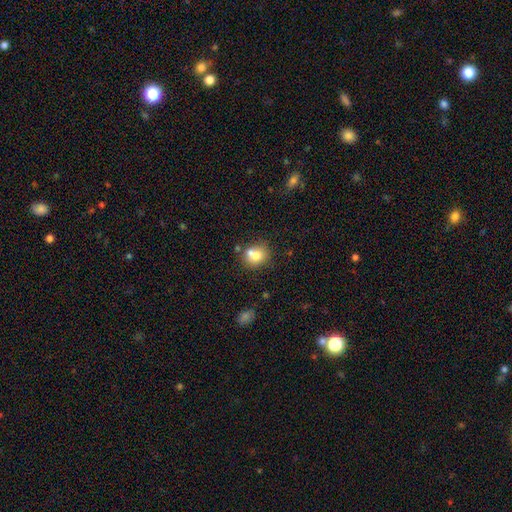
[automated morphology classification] Smooth or featured: smooth — 73% (featured or disk — 17%)
How rounded: round — 67% (in between — 32%)
Merging: none — 44% (merger — 40%)